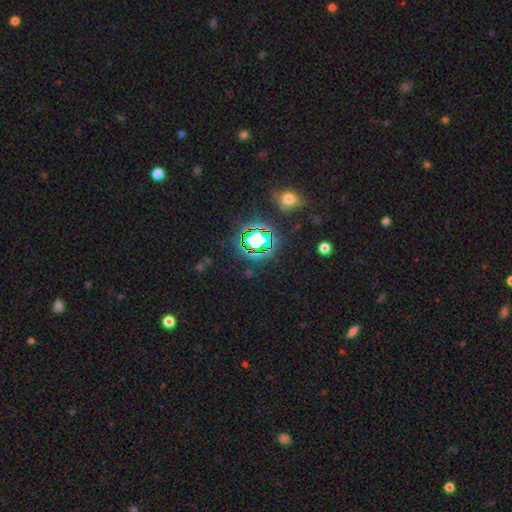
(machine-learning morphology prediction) Q: Smooth or featured?
A: star or artifact (72%); runner-up: smooth (20%)